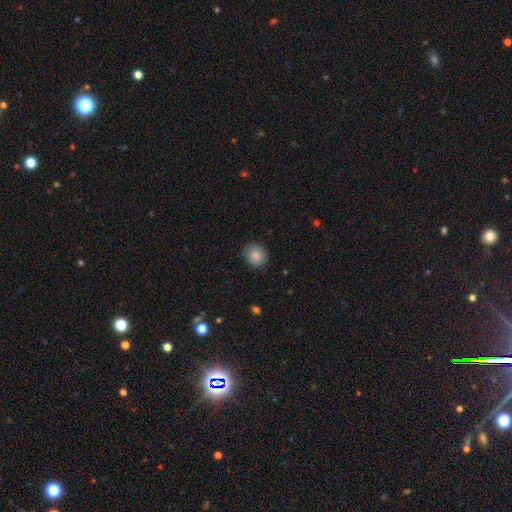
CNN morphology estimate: smooth_or_featured: smooth (p=0.86) [alt: star or artifact p=0.08]
how_rounded: round (p=0.76) [alt: in between p=0.23]
merging: none (p=0.84) [alt: minor disturbance p=0.13]